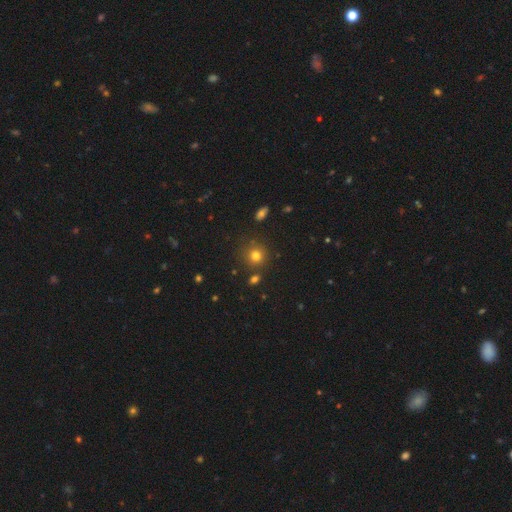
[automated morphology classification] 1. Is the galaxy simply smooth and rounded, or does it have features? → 76% smooth, 17% star or artifact, 7% featured or disk.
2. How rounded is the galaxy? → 90% round, 9% in between, 1% cigar-shaped.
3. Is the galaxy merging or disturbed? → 81% none, 9% minor disturbance, 6% merger, 3% major disturbance.